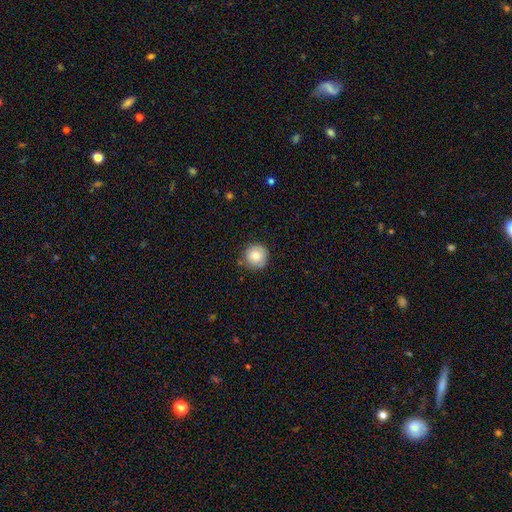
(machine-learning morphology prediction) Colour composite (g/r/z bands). It shows a smooth galaxy with no disk features (81%) that is round (95%). Merging: none (84%).